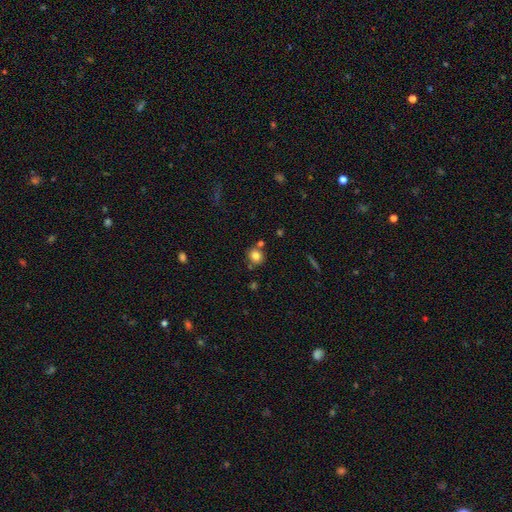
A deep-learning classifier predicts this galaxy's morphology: Smooth or featured? Predicted: smooth (p=0.80). How rounded? Predicted: round (p=0.82). Merging? Predicted: none (p=0.73).